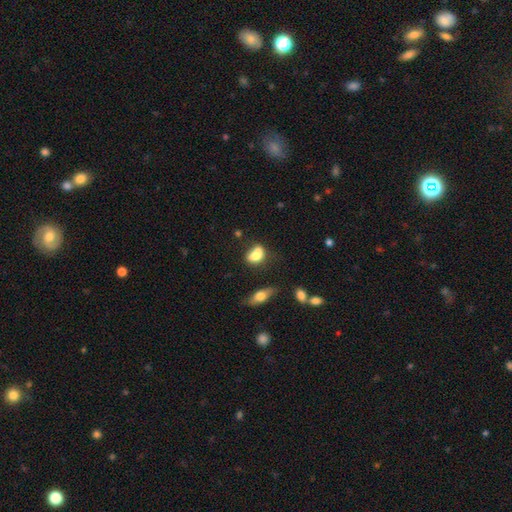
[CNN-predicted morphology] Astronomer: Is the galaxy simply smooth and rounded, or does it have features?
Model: smooth — 75%.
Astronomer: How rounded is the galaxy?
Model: in between — 70%.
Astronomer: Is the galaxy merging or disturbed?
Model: merger — 36% (runner-up: none, 34%).